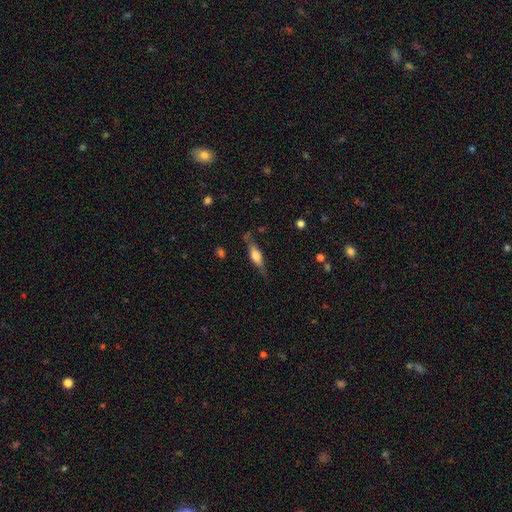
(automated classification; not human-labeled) Smooth or featured: featured or disk — 51% (smooth — 42%)
Edge-on disk: yes — 91% (no — 9%)
Merging: none — 75% (minor disturbance — 17%)